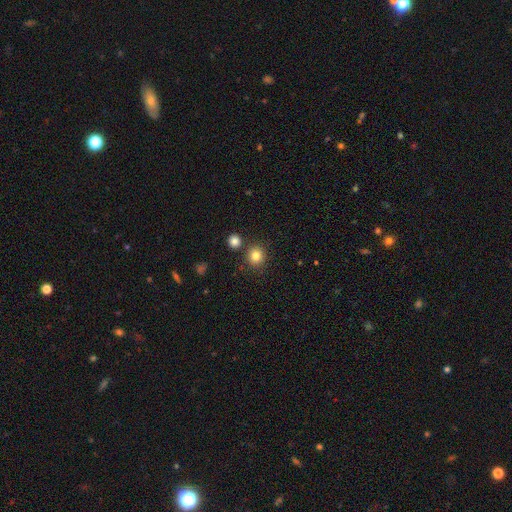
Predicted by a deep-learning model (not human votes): Smooth or featured? Predicted: smooth (p=0.82). How rounded? Predicted: round (p=0.89). Merging? Predicted: none (p=0.83).